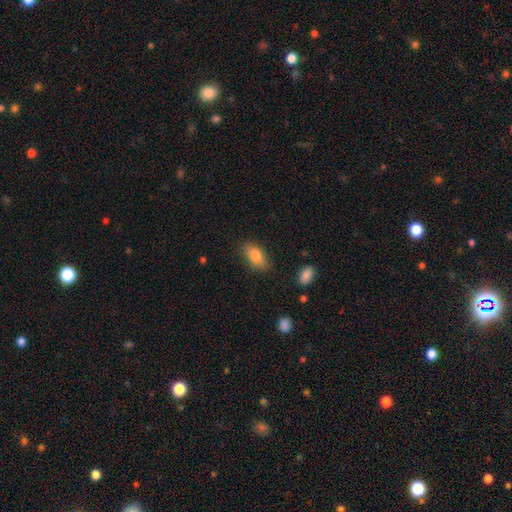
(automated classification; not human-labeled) Q: Smooth or featured?
A: smooth (83%); runner-up: featured or disk (9%)
Q: How rounded?
A: in between (89%); runner-up: cigar-shaped (6%)
Q: Merging?
A: none (81%); runner-up: minor disturbance (14%)